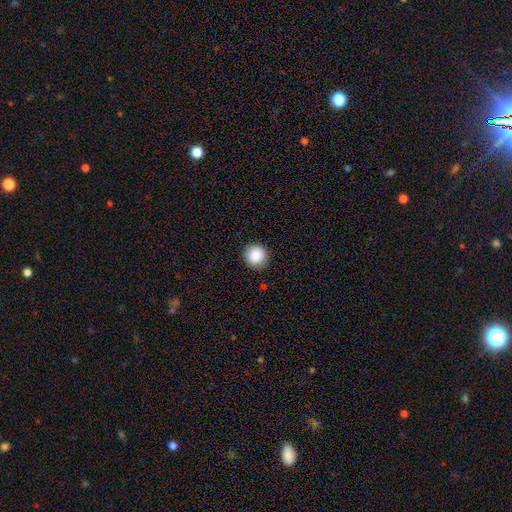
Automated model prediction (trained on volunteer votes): This is clearly a smooth galaxy (88%). How rounded: clearly round (95%). Merging: clearly none (91%).